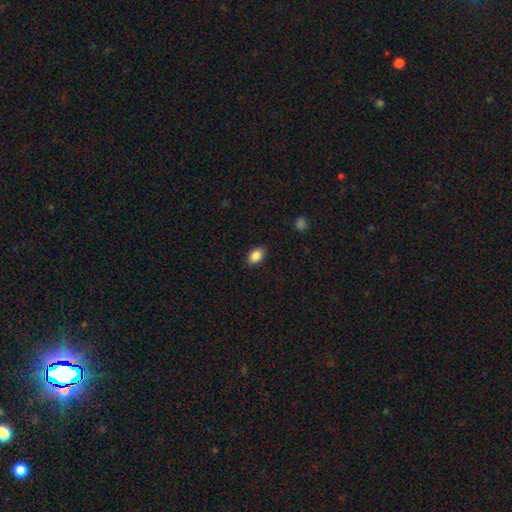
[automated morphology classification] Q: Smooth or featured?
A: smooth (89%); runner-up: star or artifact (8%)
Q: How rounded?
A: in between (87%); runner-up: round (12%)
Q: Merging?
A: none (88%); runner-up: minor disturbance (9%)